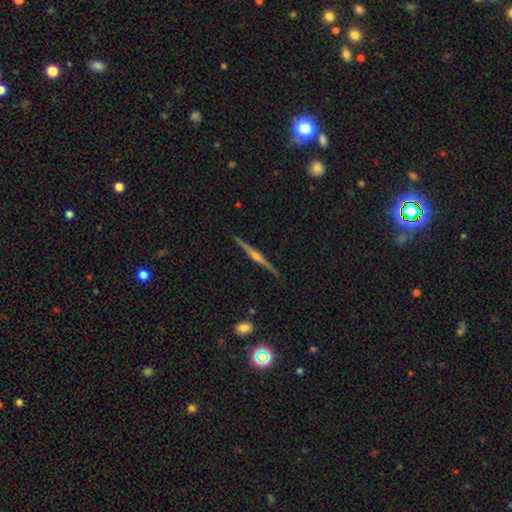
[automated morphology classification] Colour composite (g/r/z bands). It shows a featured or disk galaxy (84%) viewed edge-on (99%) with a rounded central bulge (87%). Merging: none (92%).